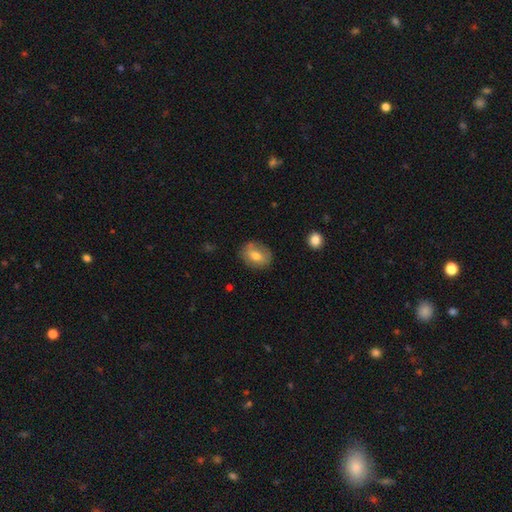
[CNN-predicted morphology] This appears to be a smooth galaxy with no disk features (65%) that is in between round and cigar-shaped (53%). Merging: none (75%).